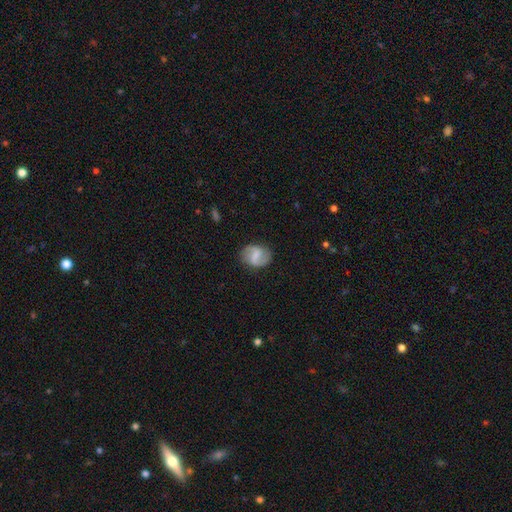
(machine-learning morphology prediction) type=featured or disk (71%); edge-on=no (98%); bar=weak (53%); spiral arms=yes (91%); winding=medium (43%); arm count=2 (91%); bulge=small (47%); merging=none (83%).